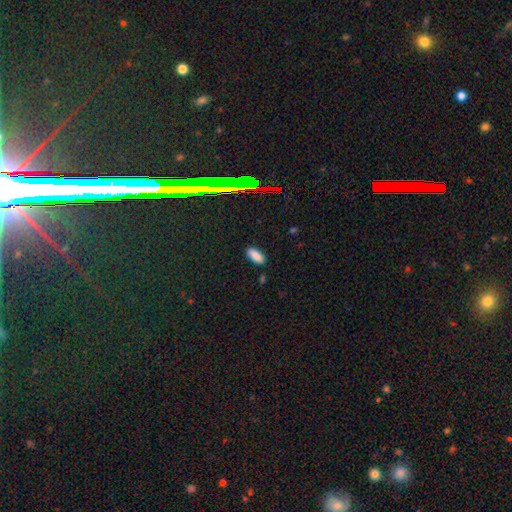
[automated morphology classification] smooth 85%, star or artifact 10%, featured or disk 4%. Down the decision tree: how rounded — in between (82%); merging — none (88%).